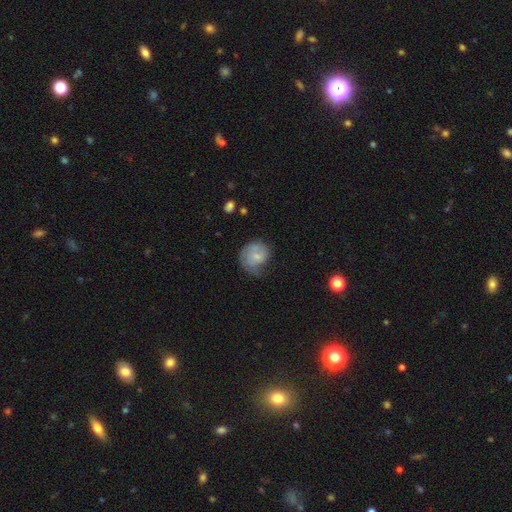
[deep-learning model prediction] smooth_or_featured: smooth (p=0.58) [alt: featured or disk p=0.34]
how_rounded: round (p=0.72) [alt: in between p=0.27]
merging: none (p=0.38) [alt: minor disturbance p=0.34]